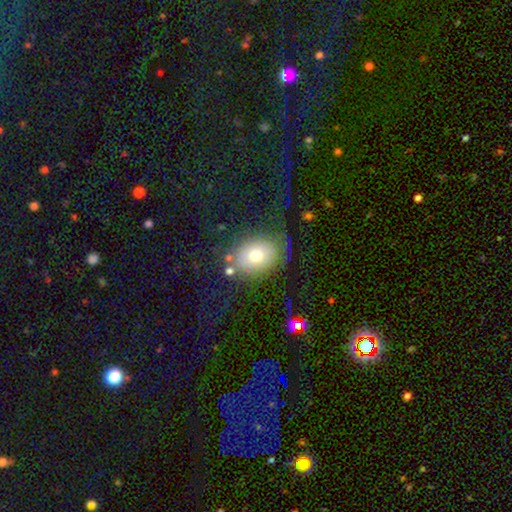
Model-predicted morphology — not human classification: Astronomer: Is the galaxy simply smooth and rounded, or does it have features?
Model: smooth — 67%.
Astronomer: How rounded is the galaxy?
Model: in between — 65%.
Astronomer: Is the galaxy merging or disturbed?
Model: none — 65%.